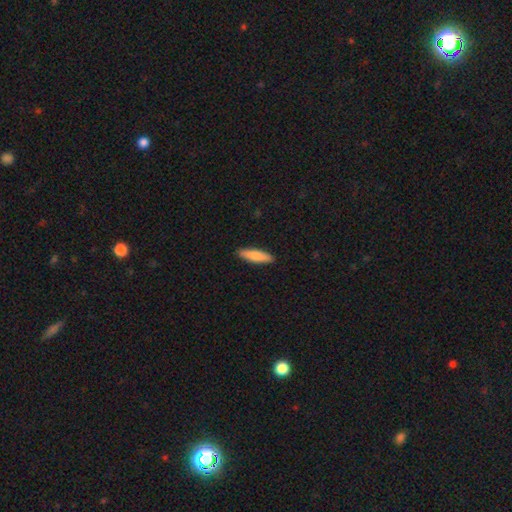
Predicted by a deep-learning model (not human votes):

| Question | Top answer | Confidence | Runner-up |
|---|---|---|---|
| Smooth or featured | smooth | 81% | featured or disk (14%) |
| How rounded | cigar-shaped | 70% | in between (29%) |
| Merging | none | 91% | minor disturbance (7%) |